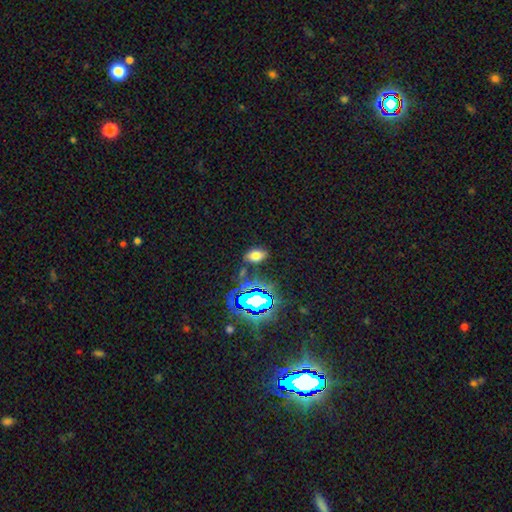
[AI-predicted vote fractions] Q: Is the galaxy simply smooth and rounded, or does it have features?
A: smooth — 63%.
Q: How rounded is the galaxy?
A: in between — 89%.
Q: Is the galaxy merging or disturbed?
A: none — 81%.